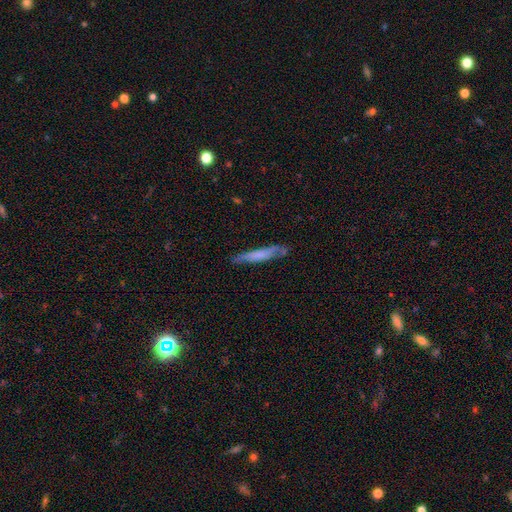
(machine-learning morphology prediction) This appears to be a smooth galaxy with no disk features (50%) that is cigar-shaped (93%). Merging: none (77%).